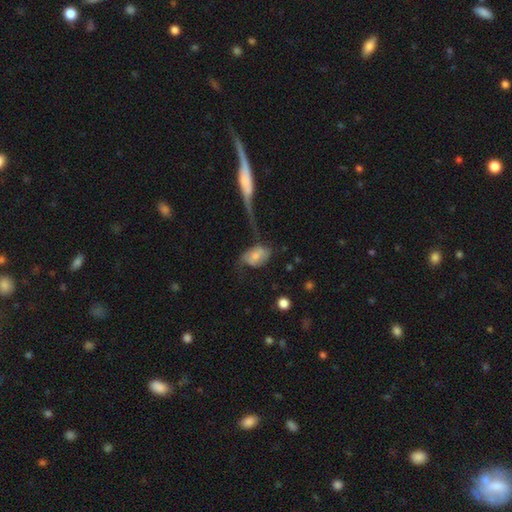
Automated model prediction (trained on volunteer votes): Smooth or featured? smooth (48%)
Merging? major disturbance (33%)